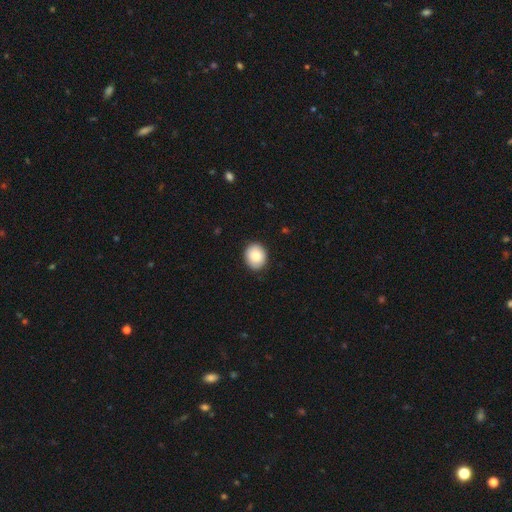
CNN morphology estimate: type=smooth (85%); roundness=round (59%); merging=none (88%).